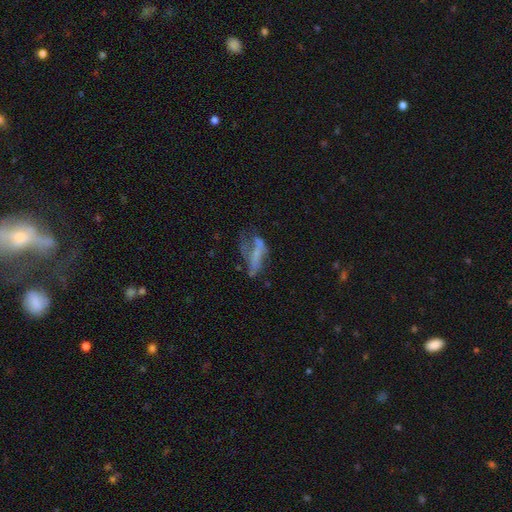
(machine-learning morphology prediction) smooth_or_featured: featured or disk (p=0.47) [alt: smooth p=0.38]
merging: major disturbance (p=0.43) [alt: none p=0.24]